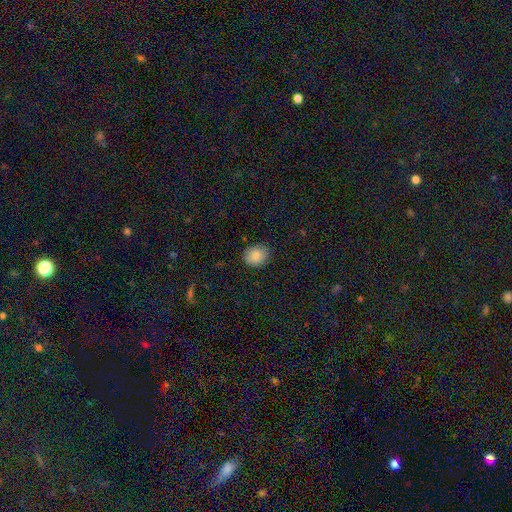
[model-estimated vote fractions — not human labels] This appears to be a smooth galaxy with no disk features (86%) that is round (57%). Merging: none (83%).